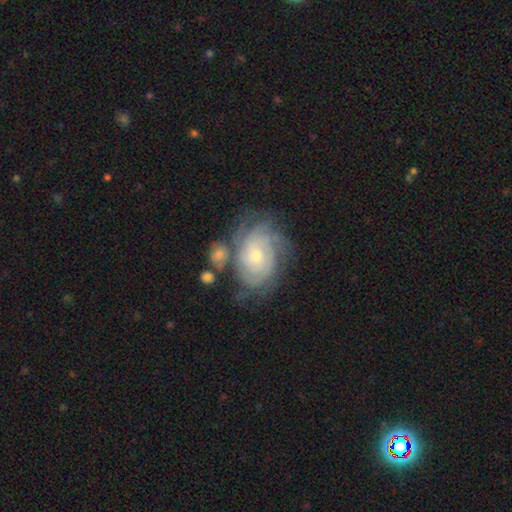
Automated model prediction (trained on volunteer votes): Q: Smooth or featured?
A: featured or disk (82%); runner-up: smooth (12%)
Q: Edge-on disk?
A: no (97%); runner-up: yes (3%)
Q: Bar?
A: no (75%); runner-up: weak (21%)
Q: Spiral arms?
A: yes (95%); runner-up: no (5%)
Q: Spiral winding?
A: tight (73%); runner-up: medium (22%)
Q: Spiral arm count?
A: can't tell (39%); runner-up: 4 (19%)
Q: Bulge size?
A: small (58%); runner-up: moderate (37%)
Q: Merging?
A: none (62%); runner-up: minor disturbance (18%)